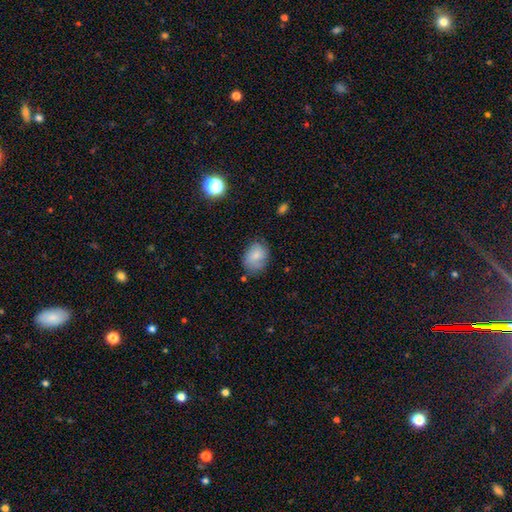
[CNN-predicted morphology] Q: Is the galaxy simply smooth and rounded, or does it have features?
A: smooth — 74%.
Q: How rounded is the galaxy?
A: in between — 66%.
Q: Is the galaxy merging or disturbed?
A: none — 64%.